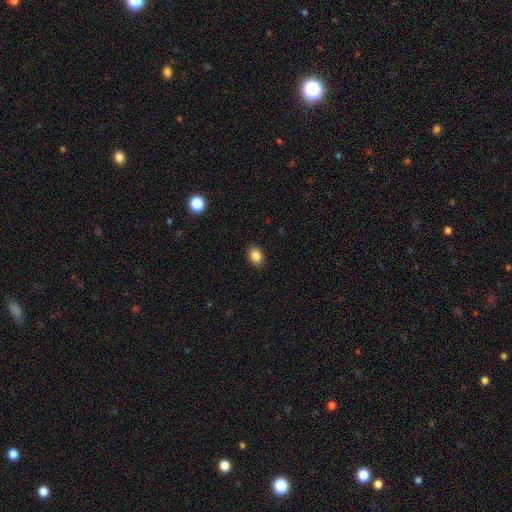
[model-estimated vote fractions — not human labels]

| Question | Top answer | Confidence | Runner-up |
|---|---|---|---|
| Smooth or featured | smooth | 86% | star or artifact (9%) |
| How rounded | in between | 63% | round (36%) |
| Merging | none | 90% | minor disturbance (7%) |